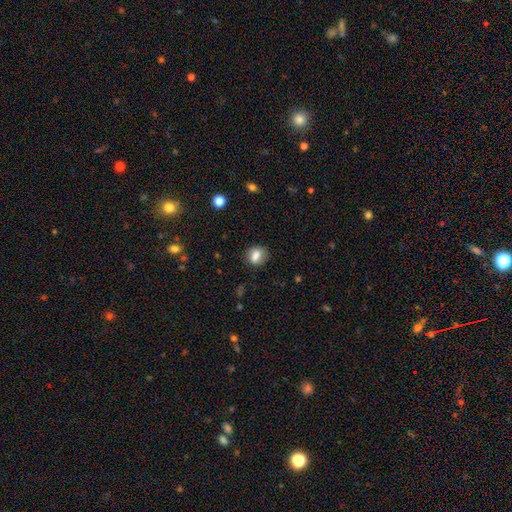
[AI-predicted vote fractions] A smooth galaxy with no disk features (81%) that is round (49%, tied with in between). Merging: none (76%).